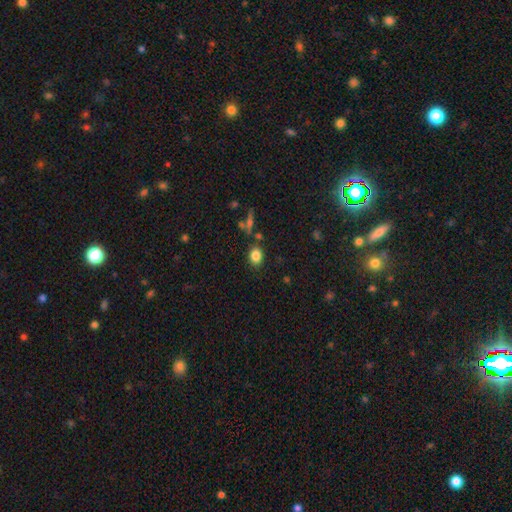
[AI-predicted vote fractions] Smooth or featured? Predicted: smooth (p=0.83). How rounded? Predicted: in between (p=0.54). Merging? Predicted: none (p=0.79).